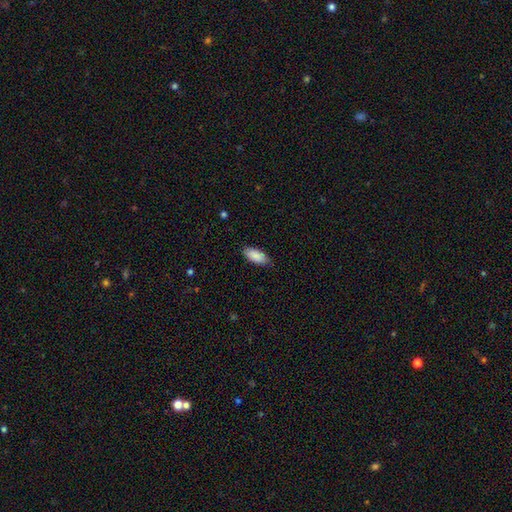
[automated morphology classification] smooth-or-featured: smooth: 89% | star or artifact: 6% | featured or disk: 5%
  how-rounded: in between: 87% | cigar-shaped: 11% | round: 2%
  merging: none: 82% | minor disturbance: 14% | major disturbance: 2% | merger: 1%